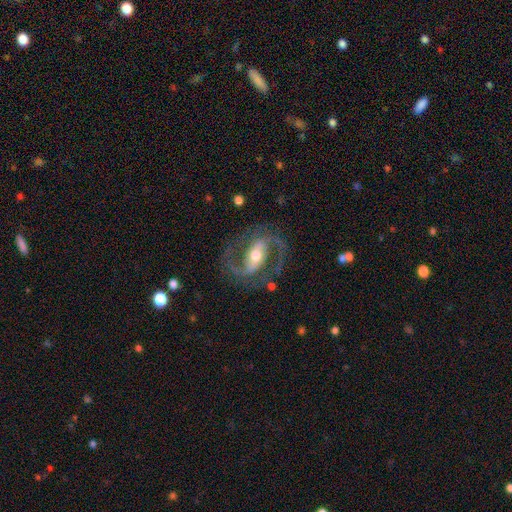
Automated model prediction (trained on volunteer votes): This appears to be a featured or disk galaxy (91%) with a strong bar (53%), 2 (93%) medium (63%) spiral arms (97%) and a moderate central bulge (67%). Merging: none (79%).